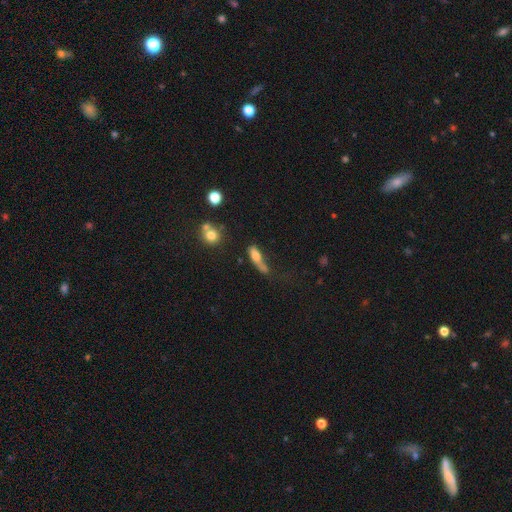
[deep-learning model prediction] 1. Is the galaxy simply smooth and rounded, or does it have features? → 65% smooth, 24% featured or disk, 10% star or artifact.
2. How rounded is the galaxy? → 47% in between, 46% cigar-shaped, 6% round.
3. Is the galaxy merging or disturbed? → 32% major disturbance, 25% none, 25% minor disturbance, 17% merger.